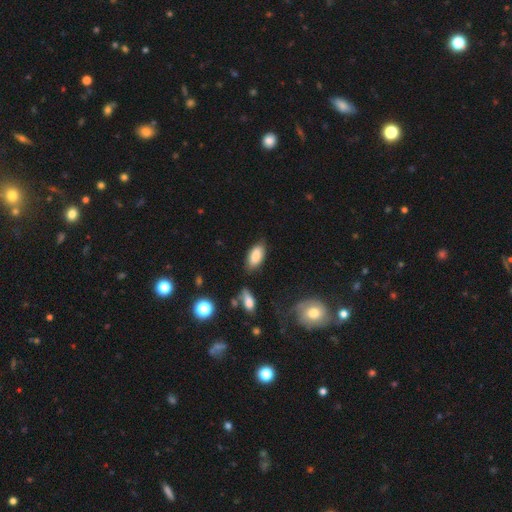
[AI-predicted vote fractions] Smooth or featured: smooth — 83% (featured or disk — 10%)
How rounded: in between — 90% (cigar-shaped — 8%)
Merging: none — 76% (minor disturbance — 17%)